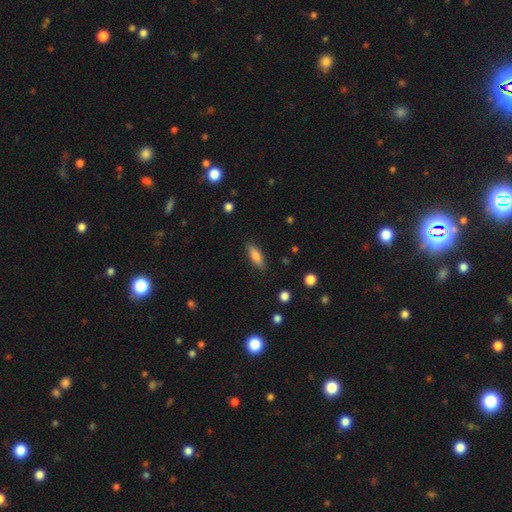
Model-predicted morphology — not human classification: Smooth or featured? Predicted: smooth (p=0.78). How rounded? Predicted: in between (p=0.59). Merging? Predicted: none (p=0.86).